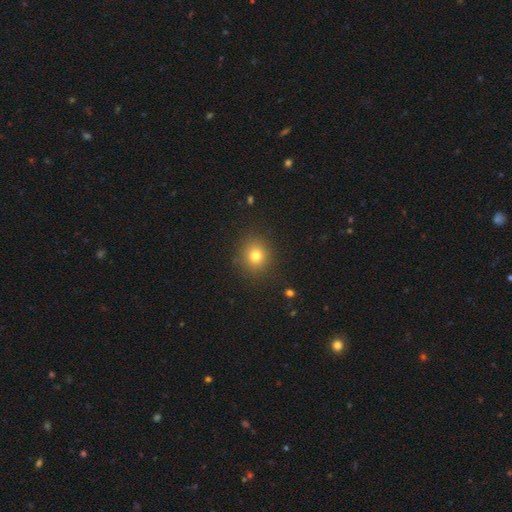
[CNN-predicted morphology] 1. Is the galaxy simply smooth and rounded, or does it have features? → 78% smooth, 14% star or artifact, 8% featured or disk.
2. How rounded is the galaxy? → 83% round, 16% in between, 1% cigar-shaped.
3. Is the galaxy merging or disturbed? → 89% none, 7% minor disturbance, 3% major disturbance, 1% merger.